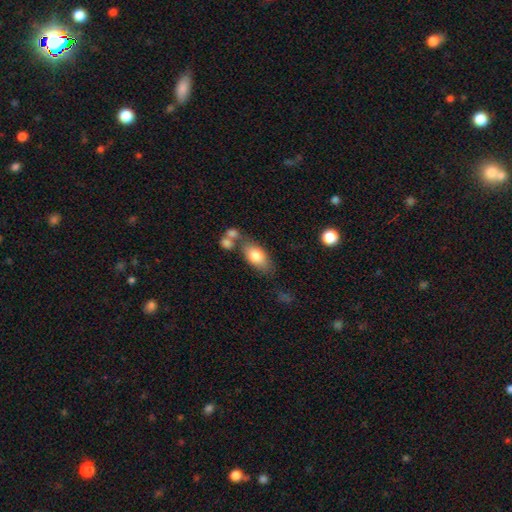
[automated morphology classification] Smooth or featured?
  - smooth: 78% *
  - featured or disk: 15%
  - star or artifact: 7%
How rounded?
  - in between: 88% *
  - round: 7%
  - cigar-shaped: 5%
Merging?
  - none: 52% *
  - merger: 23%
  - minor disturbance: 17%
  - major disturbance: 7%